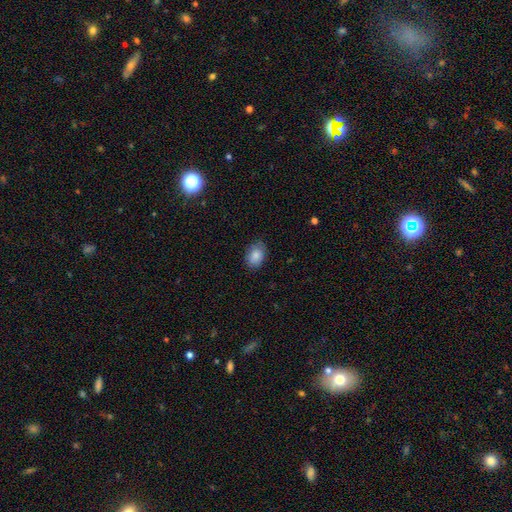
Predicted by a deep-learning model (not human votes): This is clearly a smooth galaxy (86%). How rounded: likely in between (78%). Merging: likely none (79%).